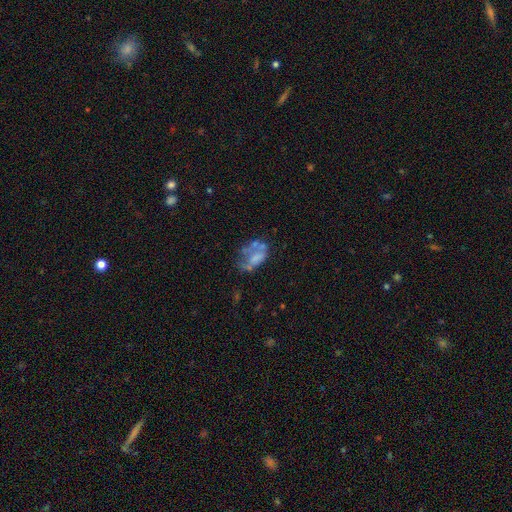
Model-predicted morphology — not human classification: The model was most divided on "merging": major disturbance: 31%, none: 30%, minor disturbance: 21%, merger: 18%. Remaining: smooth or featured — featured or disk (47%).